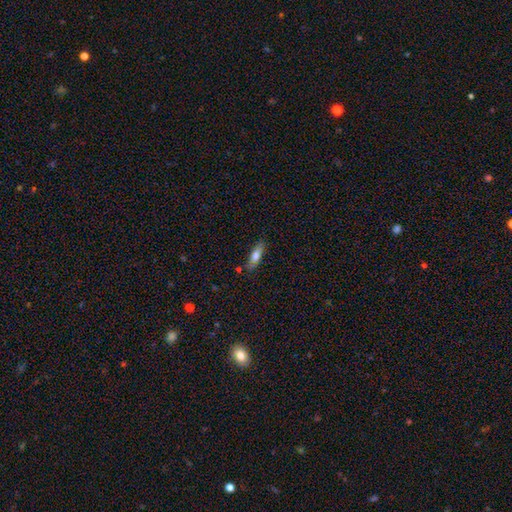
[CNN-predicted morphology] A smooth galaxy with no disk features (70%) that is in between round and cigar-shaped (50%).

Vote fractions:
- Smooth or featured? smooth: 70% / featured or disk: 24% / star or artifact: 6%
- How rounded? in between: 50% / cigar-shaped: 47% / round: 2%
- Merging? none: 78% / minor disturbance: 15% / merger: 4% / major disturbance: 3%